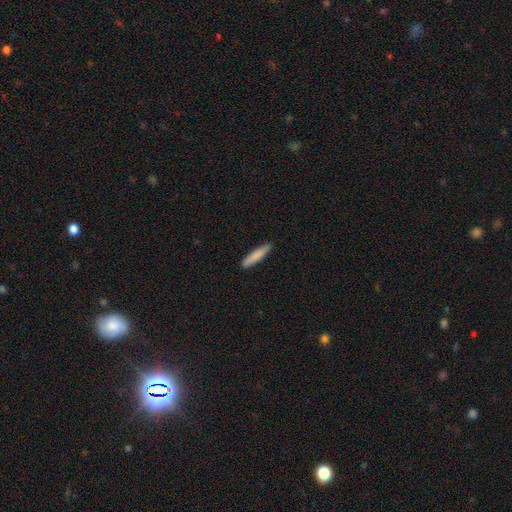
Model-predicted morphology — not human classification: Smooth or featured?
  - smooth: 82% *
  - featured or disk: 12%
  - star or artifact: 5%
How rounded?
  - cigar-shaped: 90% *
  - in between: 8%
  - round: 1%
Merging?
  - none: 88% *
  - minor disturbance: 9%
  - major disturbance: 2%
  - merger: 1%